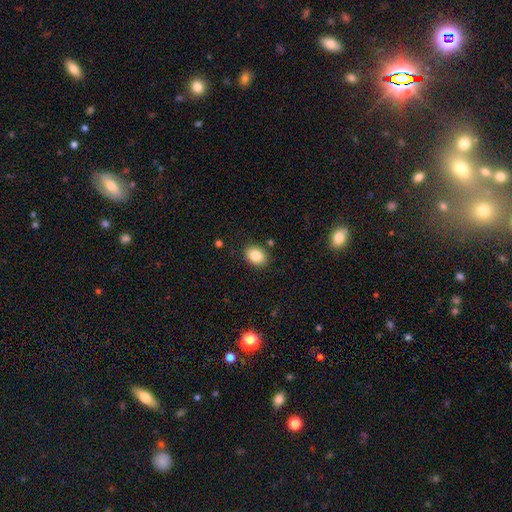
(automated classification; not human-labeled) Smooth or featured: smooth — 84% (star or artifact — 9%)
How rounded: in between — 62% (round — 37%)
Merging: none — 86% (minor disturbance — 9%)